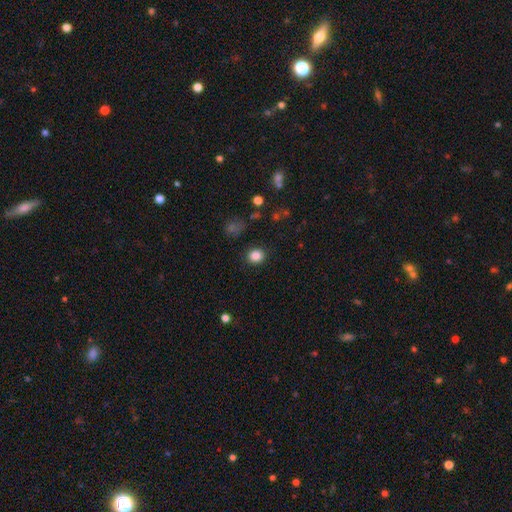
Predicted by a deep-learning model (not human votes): Overall: smooth (85%). How rounded: round (78%). Merging: none (89%).